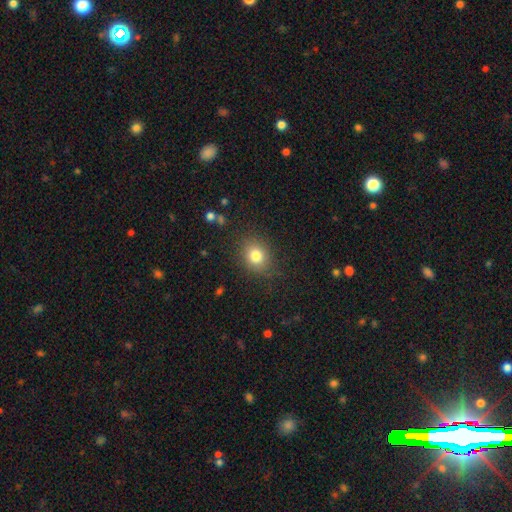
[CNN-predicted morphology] This is likely a smooth galaxy (80%). How rounded: possibly round (55%). Merging: clearly none (82%).